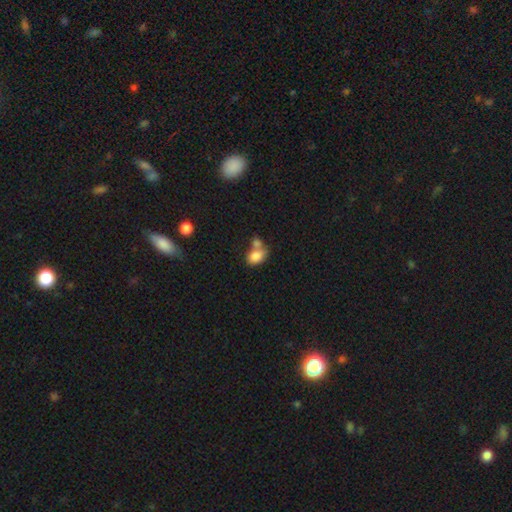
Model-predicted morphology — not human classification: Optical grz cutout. It shows a smooth galaxy with no disk features (82%) that is in between round and cigar-shaped (80%). Merging: merger (50%).